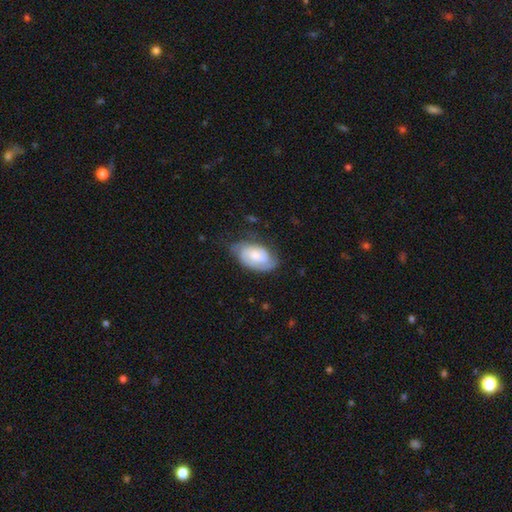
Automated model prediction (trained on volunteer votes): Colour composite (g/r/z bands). It shows a featured or disk galaxy (69%) with no bar (64%), 2 (63%) tight (57%) spiral arms (93%) and a moderate central bulge (44%). Merging: none (64%).